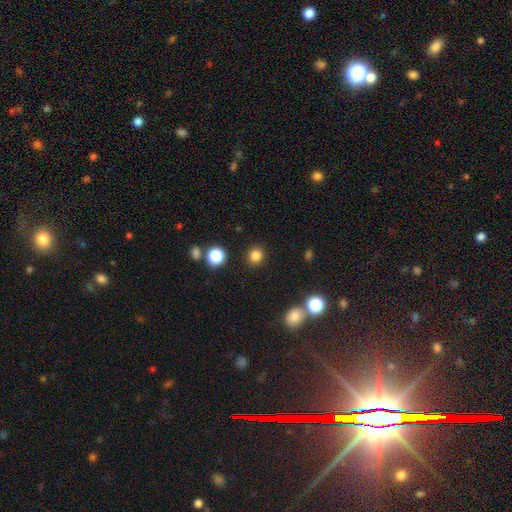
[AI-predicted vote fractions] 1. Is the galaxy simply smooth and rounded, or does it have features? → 83% smooth, 13% star or artifact, 4% featured or disk.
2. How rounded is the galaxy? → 90% round, 9% in between, 1% cigar-shaped.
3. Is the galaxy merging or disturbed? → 90% none, 6% minor disturbance, 2% major disturbance, 2% merger.